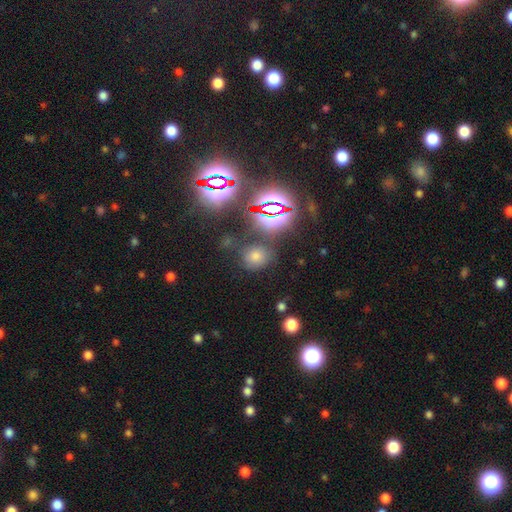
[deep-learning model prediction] This is possibly a smooth galaxy (50%). How rounded: likely round (73%). Merging: likely none (79%).